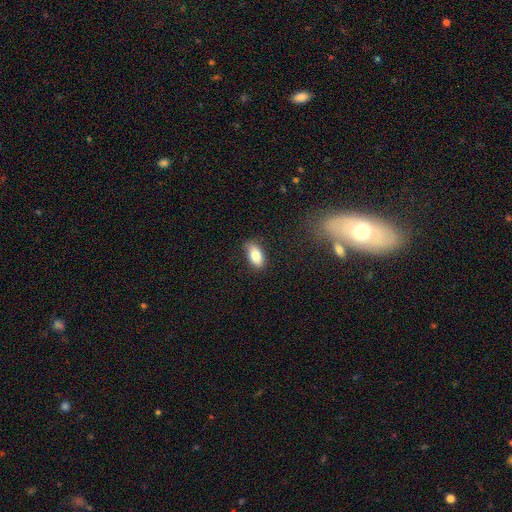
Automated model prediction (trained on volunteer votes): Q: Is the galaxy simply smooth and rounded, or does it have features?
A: smooth — 82%.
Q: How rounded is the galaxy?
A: in between — 91%.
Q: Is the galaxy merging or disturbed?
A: none — 77%.